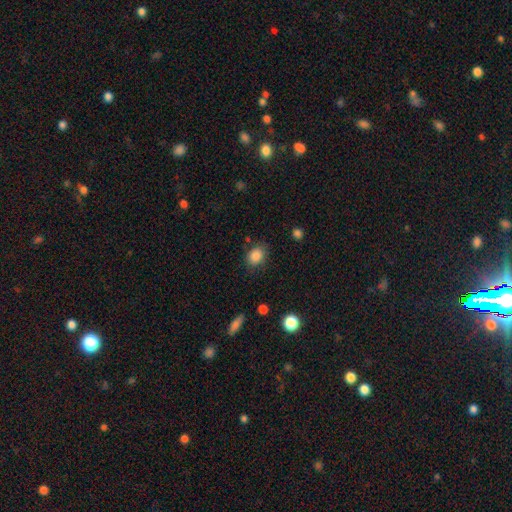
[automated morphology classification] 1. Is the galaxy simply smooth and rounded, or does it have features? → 86% smooth, 9% star or artifact, 5% featured or disk.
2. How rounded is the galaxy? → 54% in between, 45% round, 1% cigar-shaped.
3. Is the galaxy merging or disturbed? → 78% none, 16% minor disturbance, 4% major disturbance, 2% merger.